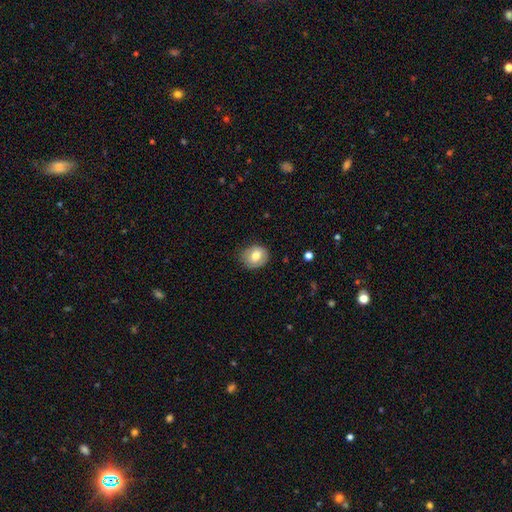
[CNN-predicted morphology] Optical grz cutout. It shows a smooth galaxy with no disk features (76%) that is round (62%). Merging: none (77%).